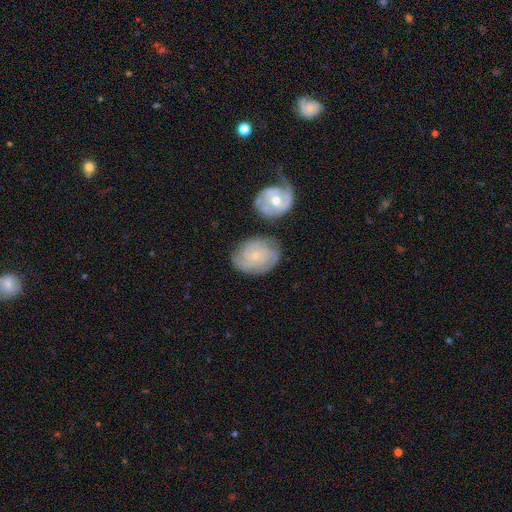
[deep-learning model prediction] smooth-or-featured: featured or disk: 66% | smooth: 28% | star or artifact: 6%
  disk-edge-on: no: 97% | yes: 3%
    bar: no: 80% | weak: 17% | strong: 3%
    has-spiral-arms: yes: 89% | no: 11%
      spiral-winding: tight: 63% | medium: 28% | loose: 8%
      spiral-arm-count: can't tell: 38% | 2: 22% | 3: 21% | 4: 9% | 1: 5% | more than 4: 5%
    bulge-size: small: 73% | moderate: 24% | none: 2% | large: 1% | dominant: 1%
  merging: none: 62% | minor disturbance: 19% | merger: 13% | major disturbance: 6%